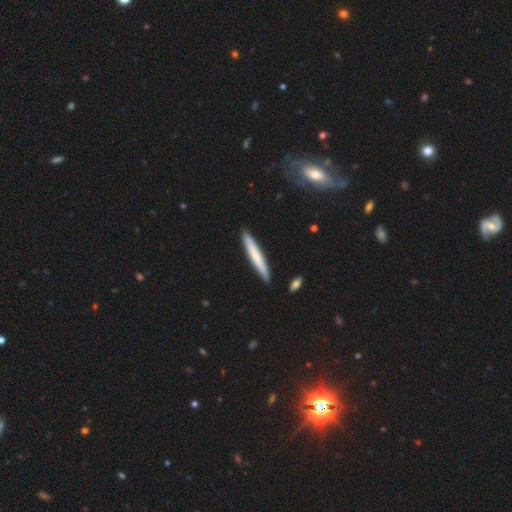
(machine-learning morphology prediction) The model was most divided on "smooth or featured": smooth: 63%, featured or disk: 32%, star or artifact: 5%. More confident: how rounded — cigar-shaped (96%); merging — none (90%).